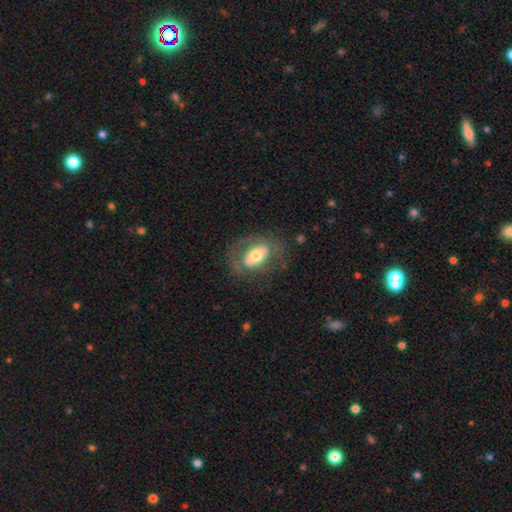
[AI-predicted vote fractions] Q: Smooth or featured?
A: smooth (47%); runner-up: featured or disk (46%)
Q: Merging?
A: none (63%); runner-up: minor disturbance (18%)